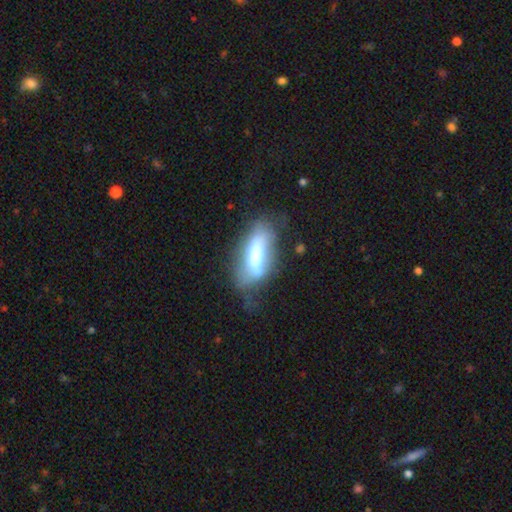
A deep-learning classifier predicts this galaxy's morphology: A smooth galaxy with no disk features (51%) that is in between round and cigar-shaped (68%). Merging: none (40%).